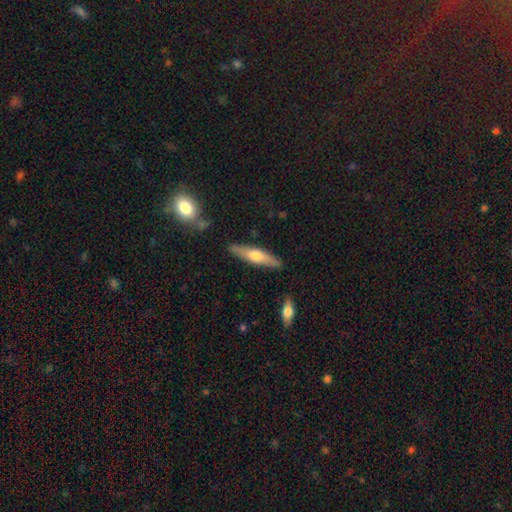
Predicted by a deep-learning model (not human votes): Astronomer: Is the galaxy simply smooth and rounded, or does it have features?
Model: smooth — 49% (runner-up: featured or disk, 46%).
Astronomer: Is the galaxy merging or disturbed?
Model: none — 86%.